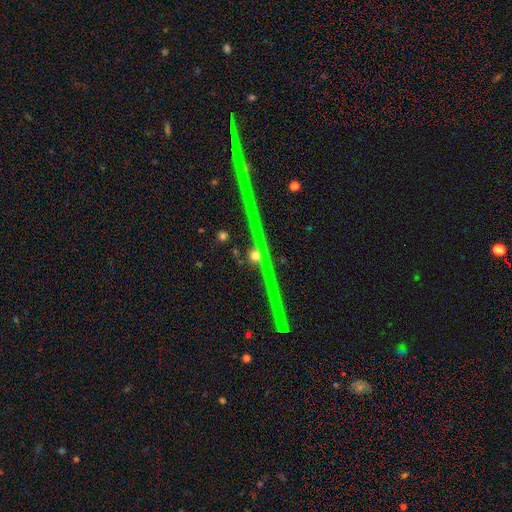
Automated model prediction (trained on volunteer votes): A star or artifact, not a galaxy (55%).

Vote fractions:
- Smooth or featured? star or artifact: 55% / featured or disk: 28% / smooth: 17%